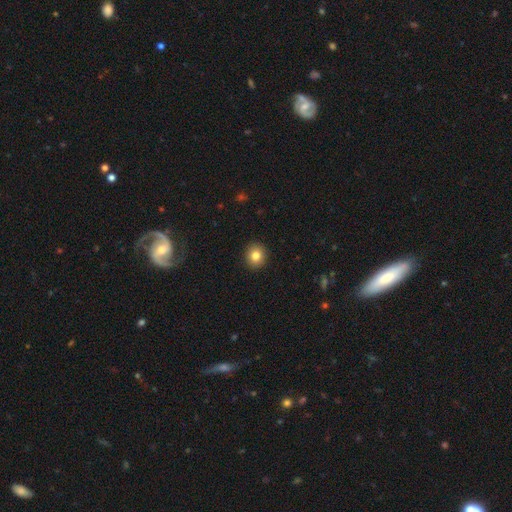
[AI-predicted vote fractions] Smooth or featured?
  - smooth: 81% *
  - star or artifact: 10%
  - featured or disk: 9%
How rounded?
  - round: 85% *
  - in between: 14%
  - cigar-shaped: 1%
Merging?
  - none: 92% *
  - minor disturbance: 5%
  - major disturbance: 2%
  - merger: 1%